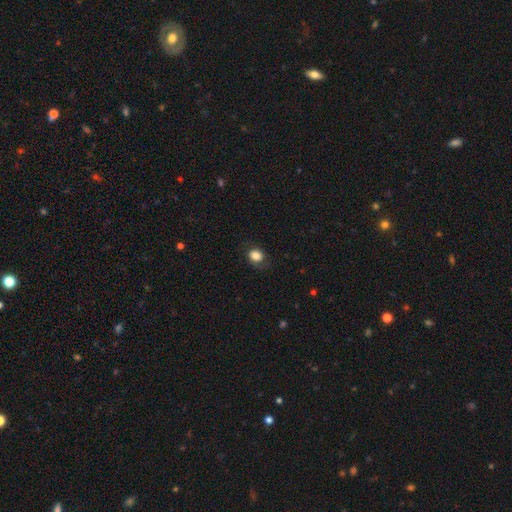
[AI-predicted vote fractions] The model was most divided on "how rounded": round: 53%, in between: 46%, cigar-shaped: 1%. More confident: smooth or featured — smooth (81%); merging — none (70%).